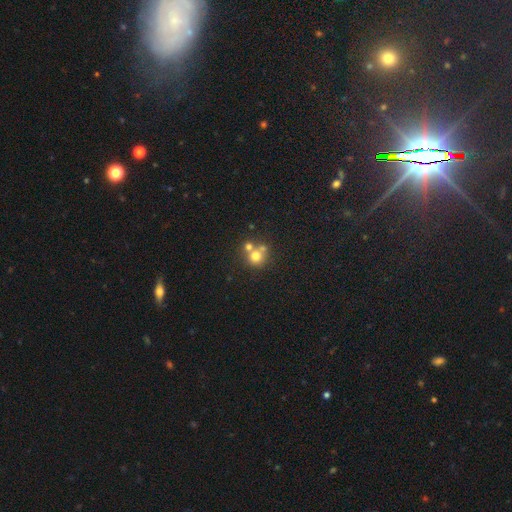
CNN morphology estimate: This appears to be a smooth galaxy with no disk features (69%) that is round (87%). Merging: merger (45%).